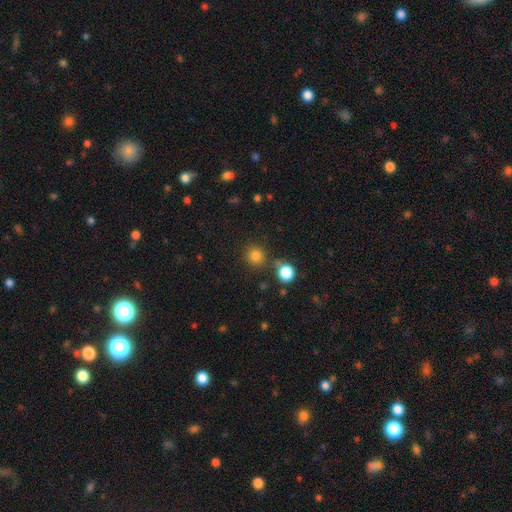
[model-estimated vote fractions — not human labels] A smooth galaxy with no disk features (81%) that is round (91%). Merging: none (77%).